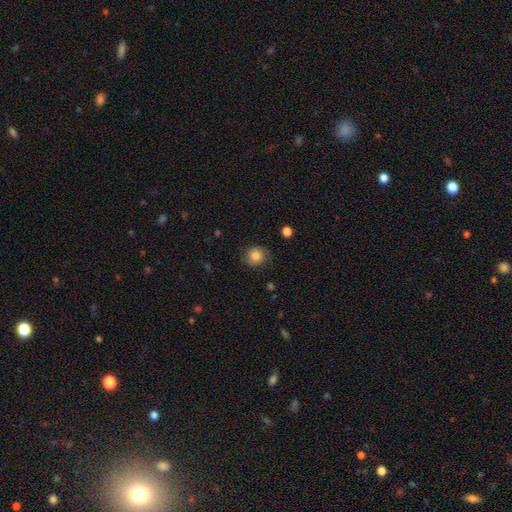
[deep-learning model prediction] Q: Smooth or featured?
A: smooth (76%); runner-up: featured or disk (15%)
Q: How rounded?
A: round (82%); runner-up: in between (17%)
Q: Merging?
A: none (78%); runner-up: minor disturbance (16%)